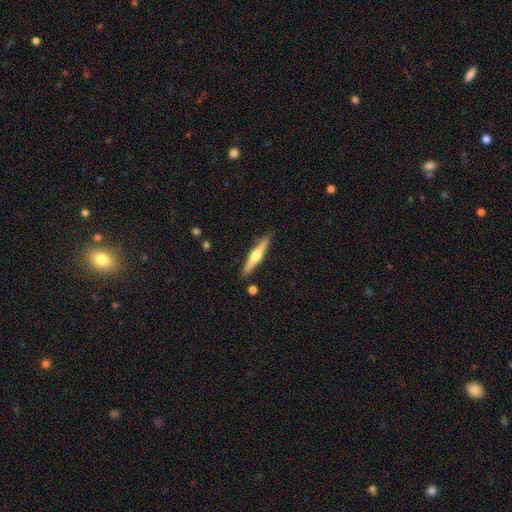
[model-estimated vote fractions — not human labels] A featured or disk galaxy (60%) viewed edge-on (96%) with a rounded central bulge (92%).

Vote fractions:
- Smooth or featured? featured or disk: 60% / smooth: 35% / star or artifact: 5%
- Edge-on disk? yes: 96% / no: 4%
- Edge-on bulge? rounded: 92% / none: 5% / boxy: 3%
- Merging? none: 88% / minor disturbance: 8% / merger: 2% / major disturbance: 2%